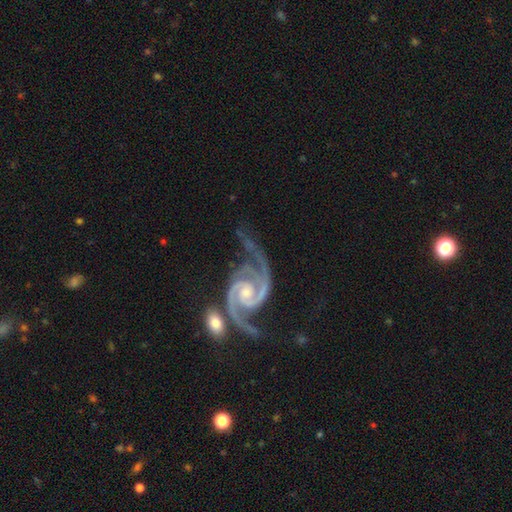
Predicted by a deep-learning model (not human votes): smooth-or-featured: featured or disk: 93% | star or artifact: 5% | smooth: 3%
  disk-edge-on: no: 98% | yes: 2%
    bar: no: 44% | weak: 40% | strong: 16%
    has-spiral-arms: yes: 98% | no: 2%
      spiral-winding: medium: 57% | tight: 25% | loose: 18%
      spiral-arm-count: 2: 89% | 3: 4% | can't tell: 2% | 1: 2% | 4: 2% | more than 4: 2%
    bulge-size: small: 57% | moderate: 37% | none: 3% | large: 2% | dominant: 1%
  merging: none: 46% | merger: 22% | minor disturbance: 18% | major disturbance: 14%